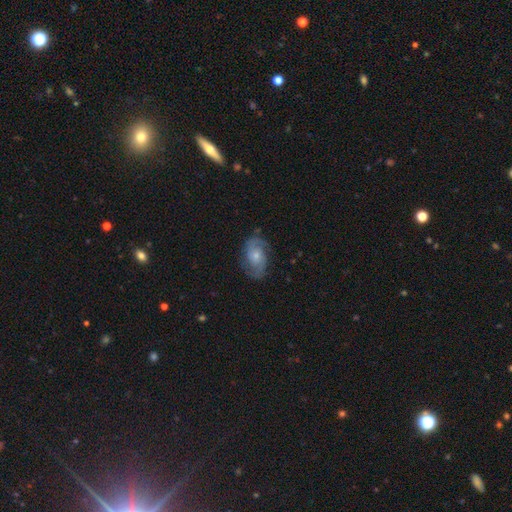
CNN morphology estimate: A featured or disk galaxy (78%) with no bar (63%), 2 (87%) medium (51%) spiral arms (94%) and a small central bulge (50%). Merging: none (77%).